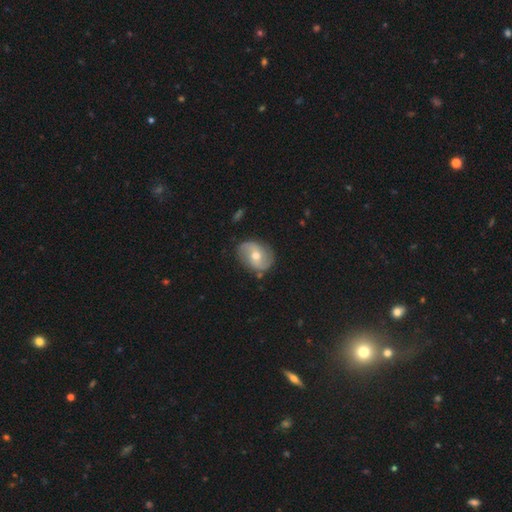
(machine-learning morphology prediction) A featured or disk galaxy (68%) with no bar (50%), 2 (88%) loose (42%) spiral arms (87%) and a moderate central bulge (71%). Merging: none (79%).